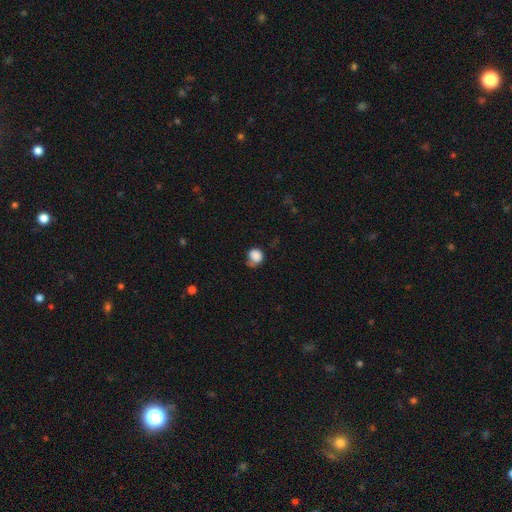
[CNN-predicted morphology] Smooth or featured? Predicted: smooth (p=0.85). How rounded? Predicted: round (p=0.82). Merging? Predicted: none (p=0.50).